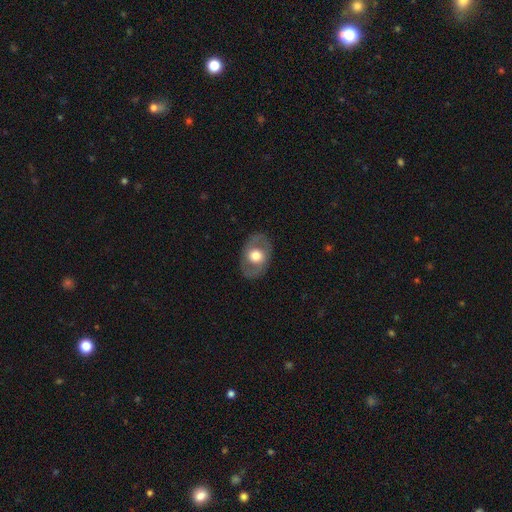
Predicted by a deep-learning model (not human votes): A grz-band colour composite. It shows a featured or disk galaxy (48%). Merging: none (83%).